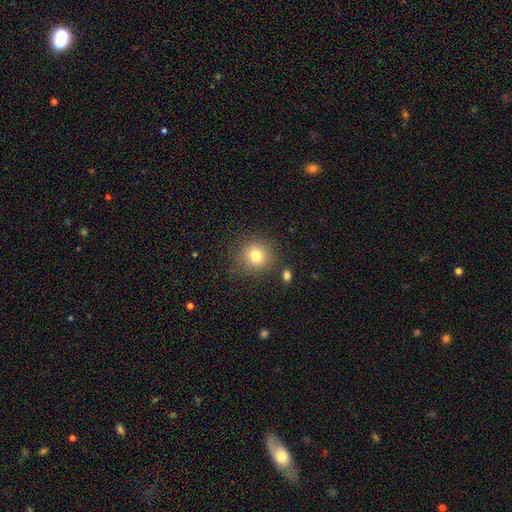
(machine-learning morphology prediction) Q: Smooth or featured?
A: smooth (79%); runner-up: star or artifact (12%)
Q: How rounded?
A: round (89%); runner-up: in between (10%)
Q: Merging?
A: none (83%); runner-up: minor disturbance (10%)